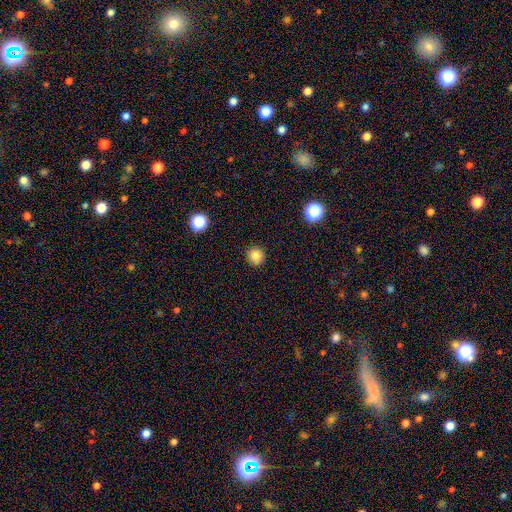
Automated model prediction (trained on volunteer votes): Overall: smooth (84%). How rounded: round (94%). Merging: none (91%).